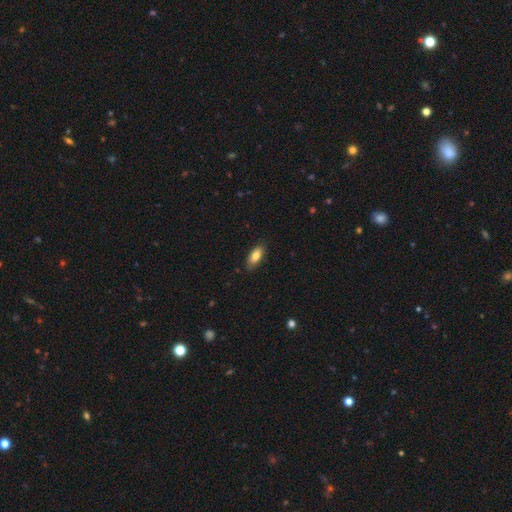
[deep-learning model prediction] This is clearly a smooth galaxy (82%). How rounded: clearly in between (83%). Merging: clearly none (83%).